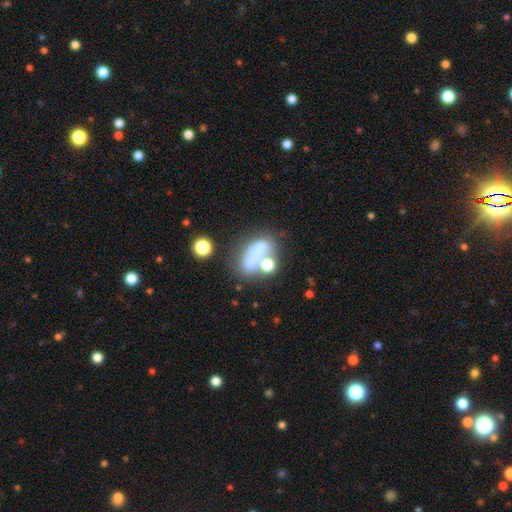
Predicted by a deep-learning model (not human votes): smooth-or-featured: smooth: 54% | featured or disk: 27% | star or artifact: 19%
  how-rounded: in between: 72% | round: 23% | cigar-shaped: 5%
  merging: none: 34% | merger: 32% | major disturbance: 18% | minor disturbance: 17%